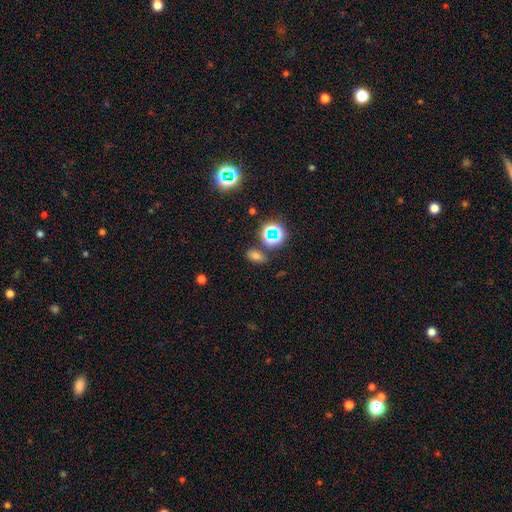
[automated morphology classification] Q: Smooth or featured?
A: smooth (64%); runner-up: star or artifact (27%)
Q: How rounded?
A: in between (81%); runner-up: round (16%)
Q: Merging?
A: none (79%); runner-up: minor disturbance (12%)